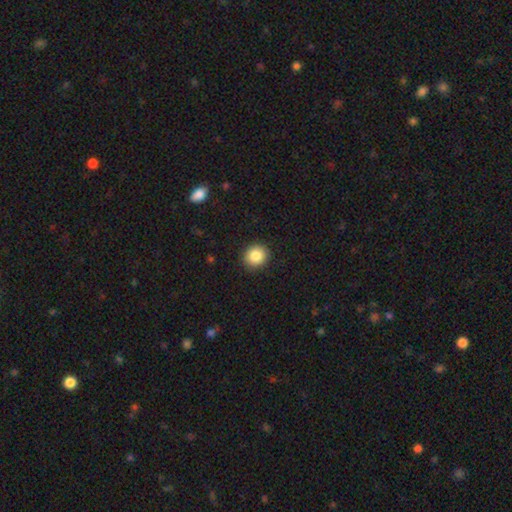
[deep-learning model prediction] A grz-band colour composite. It shows a smooth galaxy with no disk features (86%) that is round (87%). Merging: none (91%).